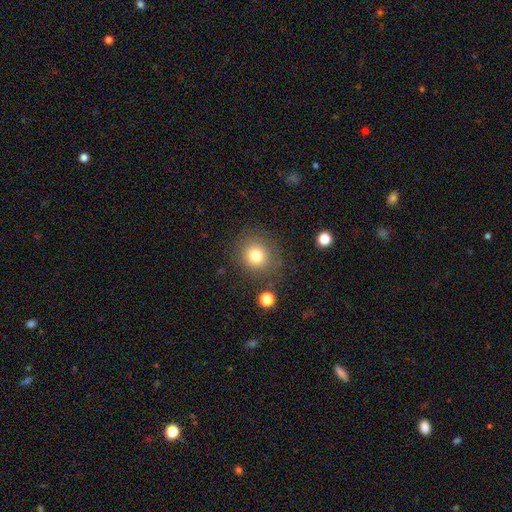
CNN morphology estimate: Smooth or featured? smooth (79%)
How rounded? round (85%)
Merging? none (81%)